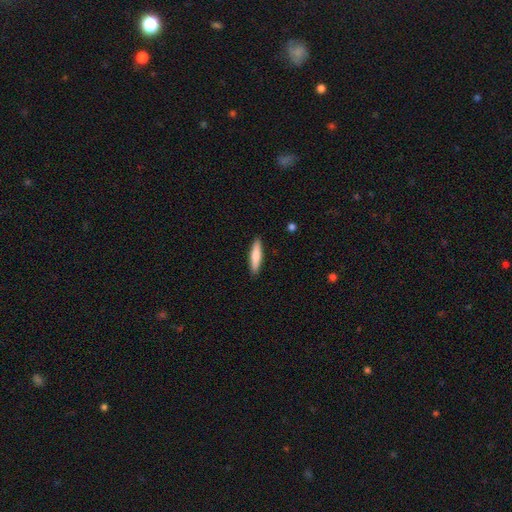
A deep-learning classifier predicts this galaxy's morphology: type=smooth (77%); roundness=cigar-shaped (81%); merging=none (90%).